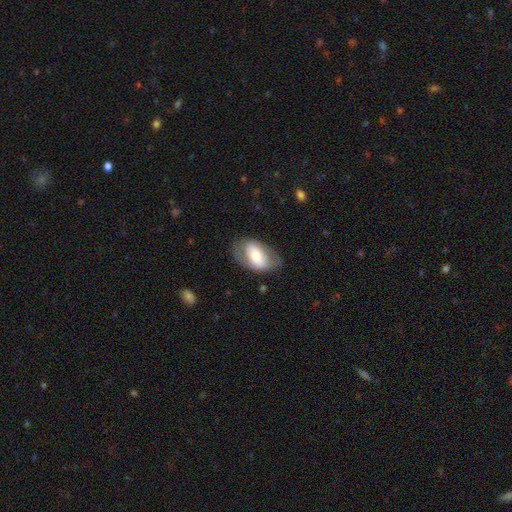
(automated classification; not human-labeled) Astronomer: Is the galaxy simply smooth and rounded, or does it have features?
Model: smooth — 52% (runner-up: featured or disk, 42%).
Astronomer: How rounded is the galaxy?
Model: in between — 91%.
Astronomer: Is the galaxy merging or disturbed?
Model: none — 66%.